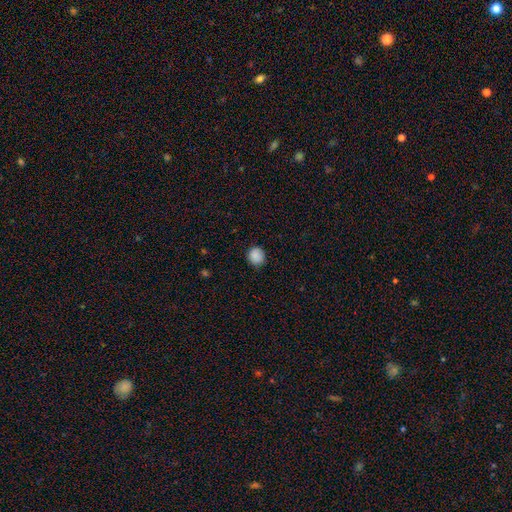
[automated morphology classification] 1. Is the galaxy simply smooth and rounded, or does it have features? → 88% smooth, 9% star or artifact, 3% featured or disk.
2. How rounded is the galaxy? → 87% round, 12% in between, 1% cigar-shaped.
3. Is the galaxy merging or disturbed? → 88% none, 9% minor disturbance, 2% major disturbance, 1% merger.